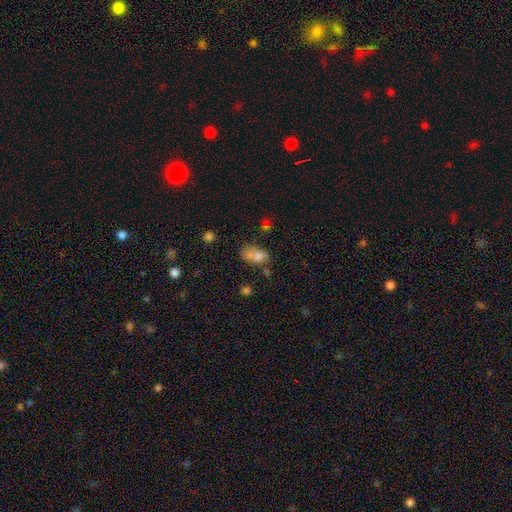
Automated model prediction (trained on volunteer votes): smooth_or_featured: smooth (p=0.72) [alt: featured or disk p=0.17]
how_rounded: in between (p=0.86) [alt: round p=0.12]
merging: none (p=0.35) [alt: minor disturbance p=0.26]